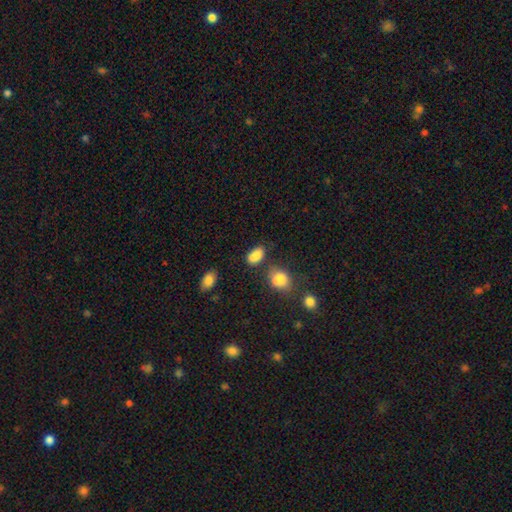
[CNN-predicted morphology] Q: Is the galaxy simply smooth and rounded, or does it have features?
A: smooth — 85%.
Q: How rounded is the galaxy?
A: in between — 88%.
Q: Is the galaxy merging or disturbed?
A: none — 61%.